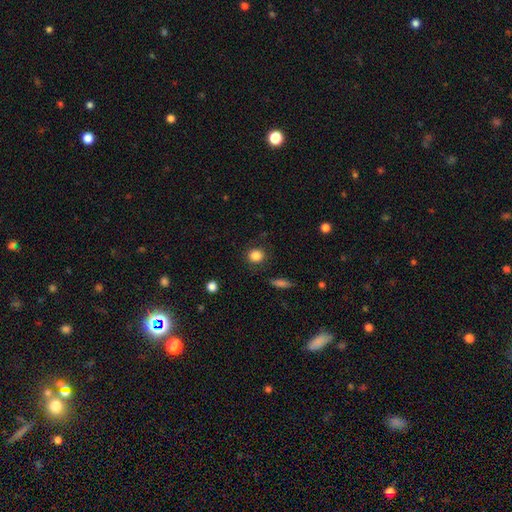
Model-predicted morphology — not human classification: The model was most divided on "how rounded": round: 86%, in between: 13%, cigar-shaped: 1%. More confident: merging — none (86%); smooth or featured — smooth (85%).